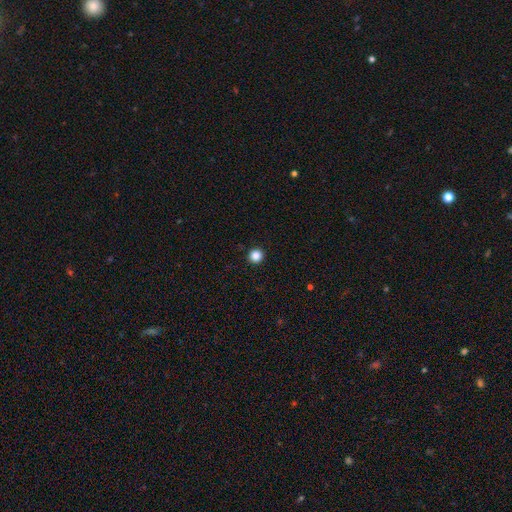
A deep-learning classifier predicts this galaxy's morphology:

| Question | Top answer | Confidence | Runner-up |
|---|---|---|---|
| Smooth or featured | smooth | 87% | star or artifact (11%) |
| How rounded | round | 96% | in between (3%) |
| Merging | none | 94% | minor disturbance (4%) |